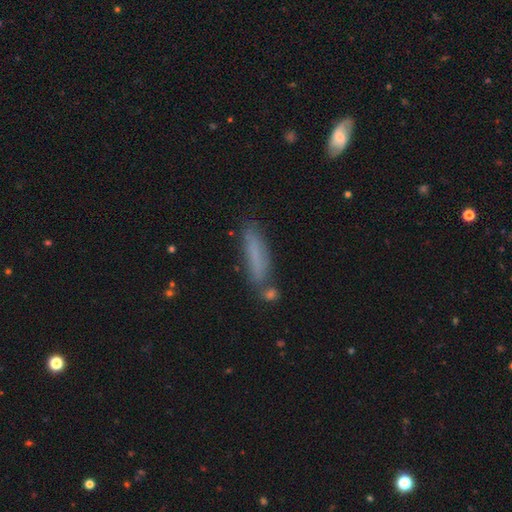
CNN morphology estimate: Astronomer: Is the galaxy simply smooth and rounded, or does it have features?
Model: smooth — 71%.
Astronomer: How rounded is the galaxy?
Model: cigar-shaped — 81%.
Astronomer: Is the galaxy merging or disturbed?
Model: none — 72%.